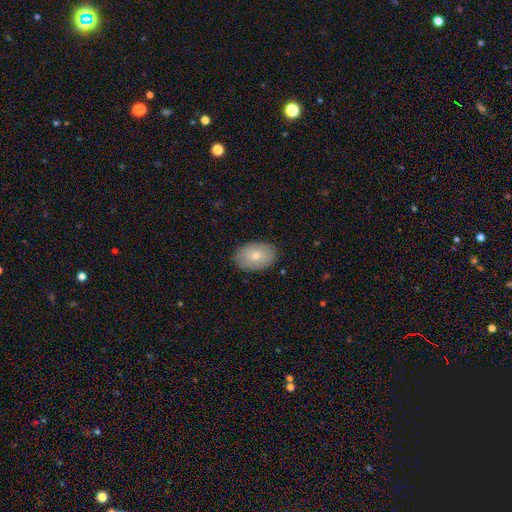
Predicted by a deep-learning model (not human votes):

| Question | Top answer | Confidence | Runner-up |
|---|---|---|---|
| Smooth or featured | smooth | 71% | featured or disk (23%) |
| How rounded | in between | 88% | round (11%) |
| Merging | none | 86% | minor disturbance (11%) |